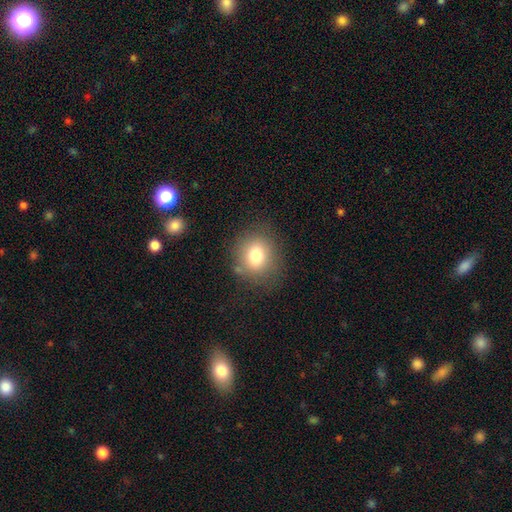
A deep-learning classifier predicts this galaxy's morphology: Smooth or featured? Predicted: smooth (p=0.77). How rounded? Predicted: round (p=0.67). Merging? Predicted: none (p=0.79).